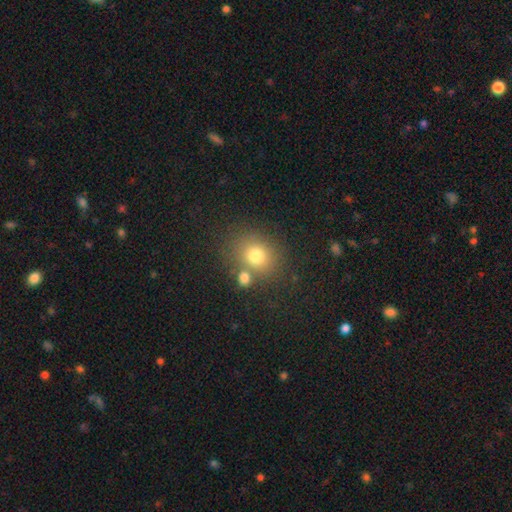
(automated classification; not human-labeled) A smooth galaxy with no disk features (76%) that is round (66%). Merging: none (68%).